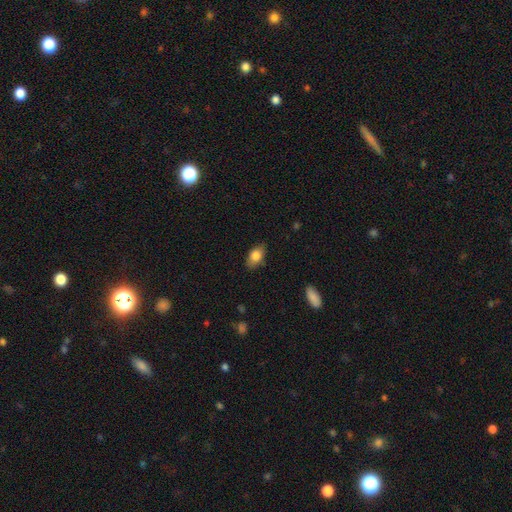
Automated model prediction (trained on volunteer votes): Smooth or featured? smooth (81%)
How rounded? in between (88%)
Merging? none (81%)